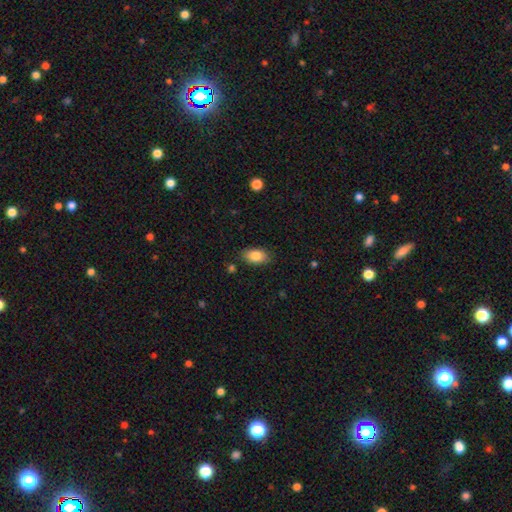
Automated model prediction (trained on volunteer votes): smooth 83%, featured or disk 9%, star or artifact 7%. Down the decision tree: how rounded — in between (91%); merging — none (84%).